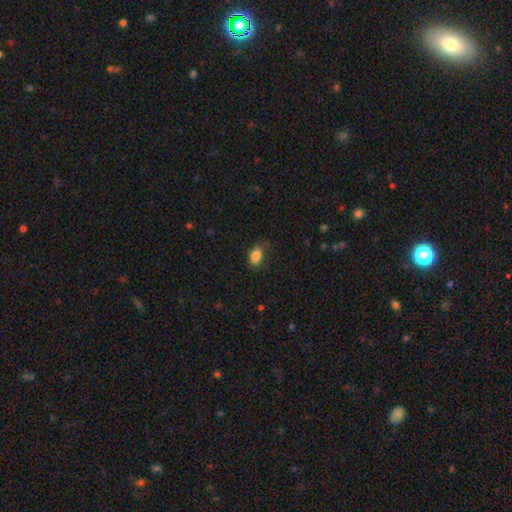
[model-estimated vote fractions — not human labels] smooth-or-featured: smooth: 85% | star or artifact: 9% | featured or disk: 5%
  how-rounded: in between: 84% | round: 14% | cigar-shaped: 2%
  merging: none: 65% | minor disturbance: 26% | major disturbance: 8% | merger: 1%